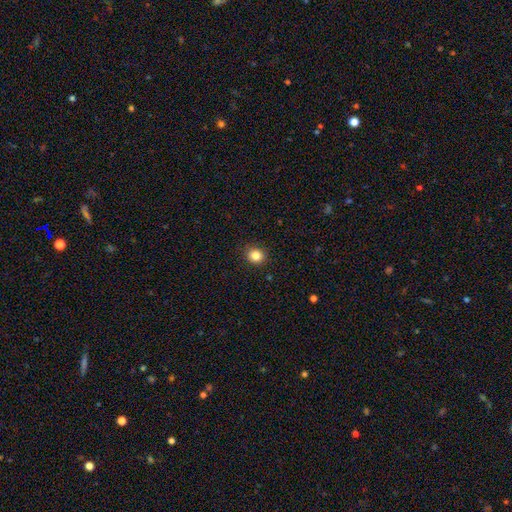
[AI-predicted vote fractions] This appears to be a smooth galaxy with no disk features (84%) that is round (83%). Merging: none (91%).